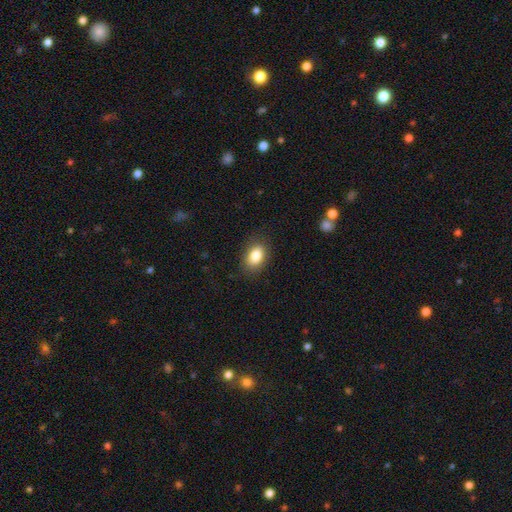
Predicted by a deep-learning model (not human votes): Smooth or featured: smooth — 84% (star or artifact — 8%)
How rounded: in between — 81% (round — 18%)
Merging: none — 85% (minor disturbance — 11%)